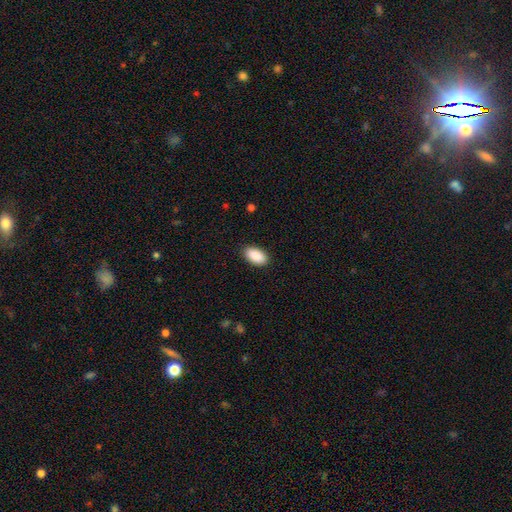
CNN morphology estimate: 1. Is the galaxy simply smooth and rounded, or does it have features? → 91% smooth, 6% star or artifact, 3% featured or disk.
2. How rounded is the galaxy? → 95% in between, 3% round, 2% cigar-shaped.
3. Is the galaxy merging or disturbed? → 89% none, 8% minor disturbance, 2% major disturbance, 1% merger.